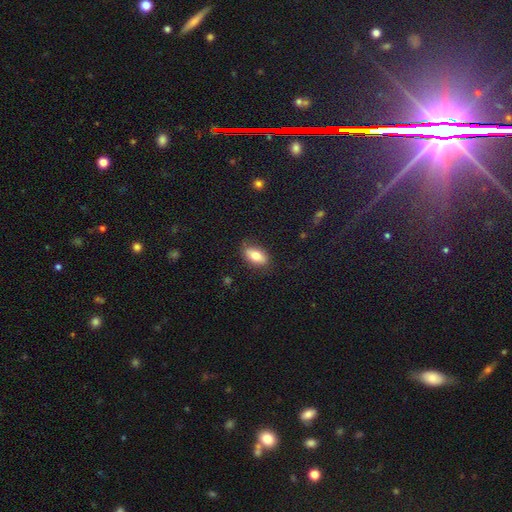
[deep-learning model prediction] Smooth or featured?
  - smooth: 76% *
  - featured or disk: 17%
  - star or artifact: 7%
How rounded?
  - in between: 89% *
  - cigar-shaped: 6%
  - round: 5%
Merging?
  - none: 80% *
  - minor disturbance: 15%
  - major disturbance: 4%
  - merger: 1%